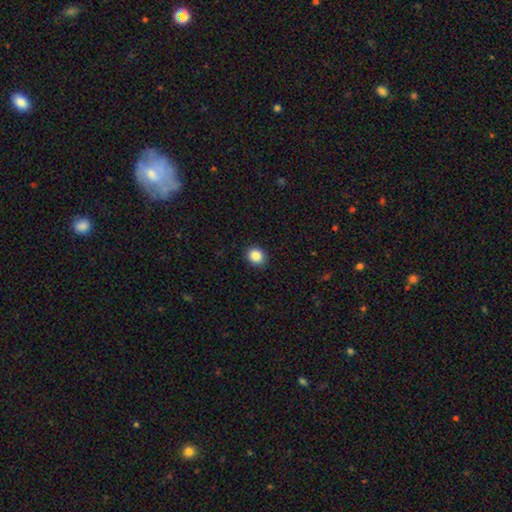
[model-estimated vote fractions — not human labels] Morphology: type=smooth (87%); roundness=round (70%); merging=none (90%).